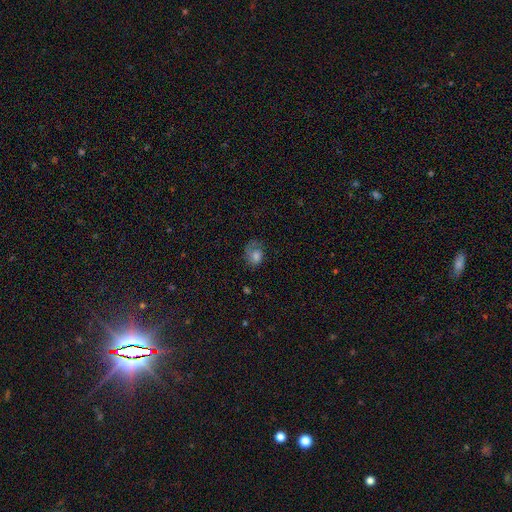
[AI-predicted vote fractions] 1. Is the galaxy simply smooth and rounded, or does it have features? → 56% smooth, 32% featured or disk, 13% star or artifact.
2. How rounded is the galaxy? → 60% in between, 39% round, 1% cigar-shaped.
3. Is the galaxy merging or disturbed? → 41% none, 31% major disturbance, 25% minor disturbance, 3% merger.